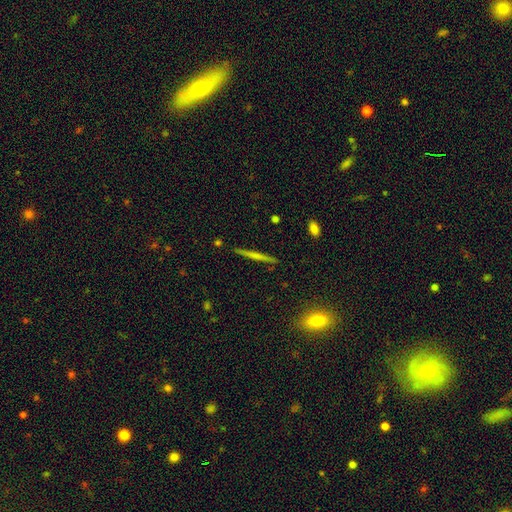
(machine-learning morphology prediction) smooth-or-featured: featured or disk: 48% | smooth: 44% | star or artifact: 8%
  merging: none: 90% | minor disturbance: 7% | major disturbance: 1% | merger: 1%